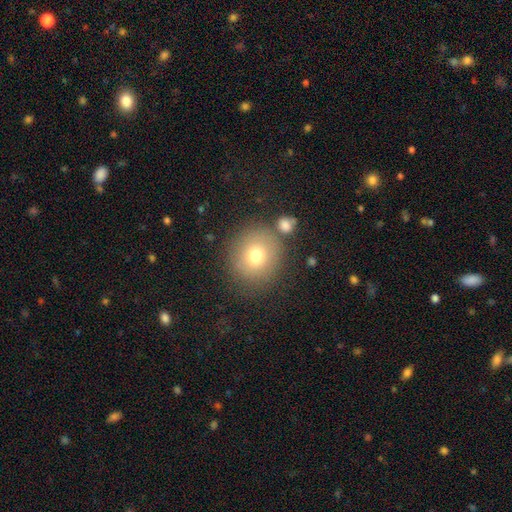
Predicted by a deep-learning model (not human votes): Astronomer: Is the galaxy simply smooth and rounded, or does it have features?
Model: smooth — 74%.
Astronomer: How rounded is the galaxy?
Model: round — 86%.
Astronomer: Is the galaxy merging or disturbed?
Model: none — 77%.